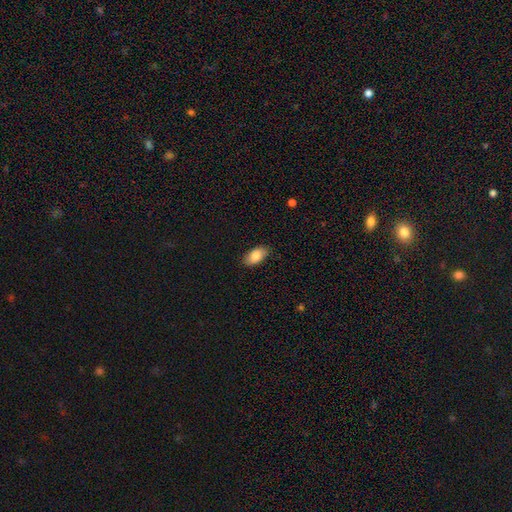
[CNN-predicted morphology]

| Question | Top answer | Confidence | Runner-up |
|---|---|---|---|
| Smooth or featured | smooth | 85% | featured or disk (8%) |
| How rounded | in between | 93% | round (4%) |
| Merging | none | 86% | minor disturbance (11%) |